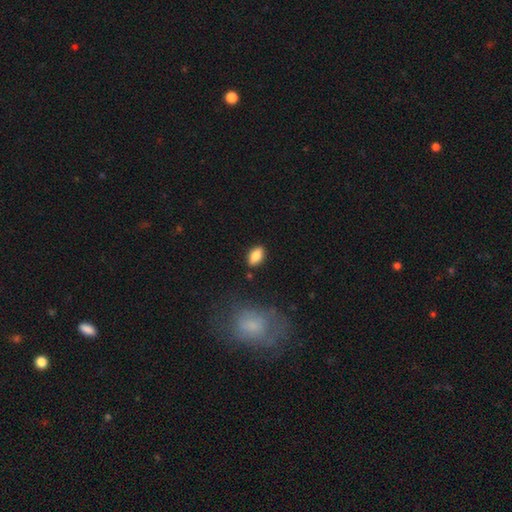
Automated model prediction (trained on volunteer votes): smooth_or_featured: smooth (p=0.81) [alt: featured or disk p=0.11]
how_rounded: in between (p=0.89) [alt: cigar-shaped p=0.06]
merging: none (p=0.85) [alt: minor disturbance p=0.11]